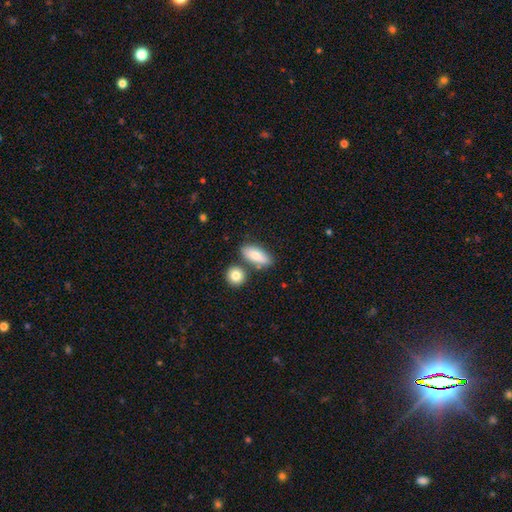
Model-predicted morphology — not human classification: A smooth galaxy with no disk features (79%) that is in between round and cigar-shaped (79%).

Vote fractions:
- Smooth or featured? smooth: 79% / featured or disk: 14% / star or artifact: 6%
- How rounded? in between: 79% / cigar-shaped: 16% / round: 5%
- Merging? none: 67% / merger: 16% / minor disturbance: 13% / major disturbance: 4%